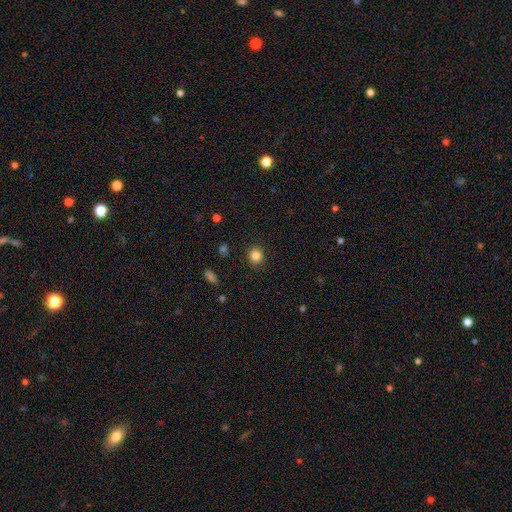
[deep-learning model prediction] smooth 83%, star or artifact 12%, featured or disk 5%. Down the decision tree: how rounded — round (86%); merging — none (90%).